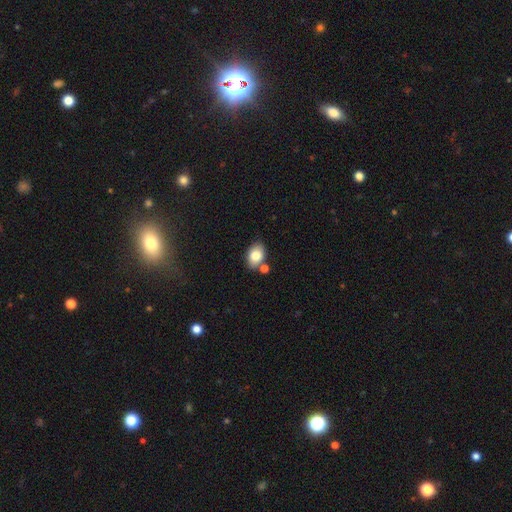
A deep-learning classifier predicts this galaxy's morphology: Smooth or featured: smooth — 81% (featured or disk — 11%)
How rounded: in between — 75% (round — 24%)
Merging: none — 69% (merger — 14%)